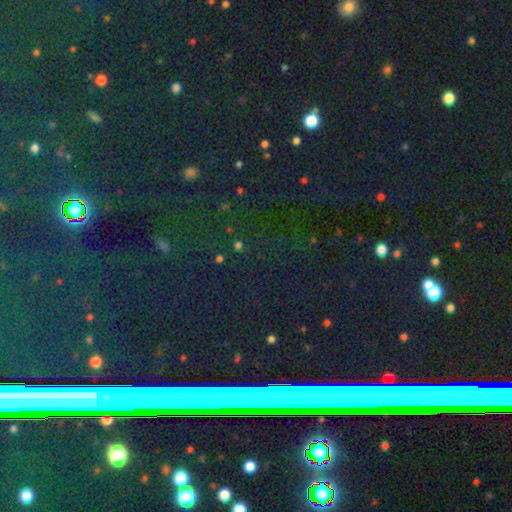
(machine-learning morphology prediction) Smooth or featured? Predicted: star or artifact (p=0.73).